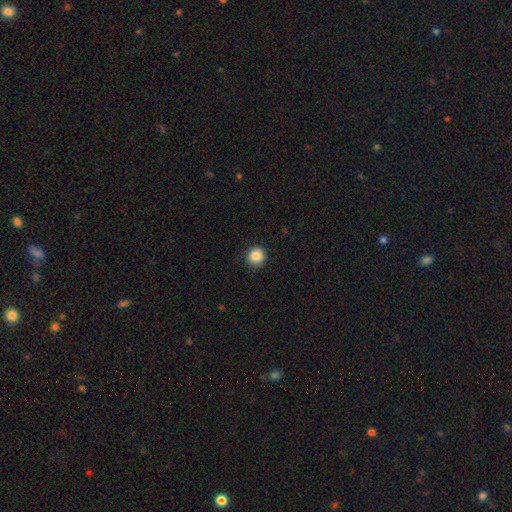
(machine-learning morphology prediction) A smooth galaxy with no disk features (87%) that is round (92%).

Vote fractions:
- Smooth or featured? smooth: 87% / star or artifact: 9% / featured or disk: 4%
- How rounded? round: 92% / in between: 7% / cigar-shaped: 1%
- Merging? none: 89% / minor disturbance: 8% / major disturbance: 2% / merger: 1%